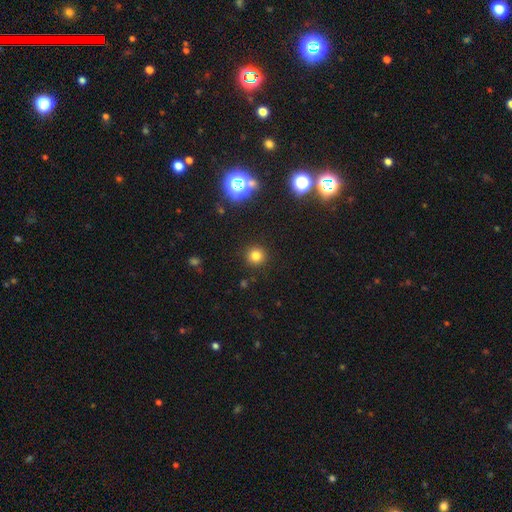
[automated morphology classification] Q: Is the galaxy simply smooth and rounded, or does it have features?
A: smooth — 78%.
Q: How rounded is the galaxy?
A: round — 94%.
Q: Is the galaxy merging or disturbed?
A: none — 92%.